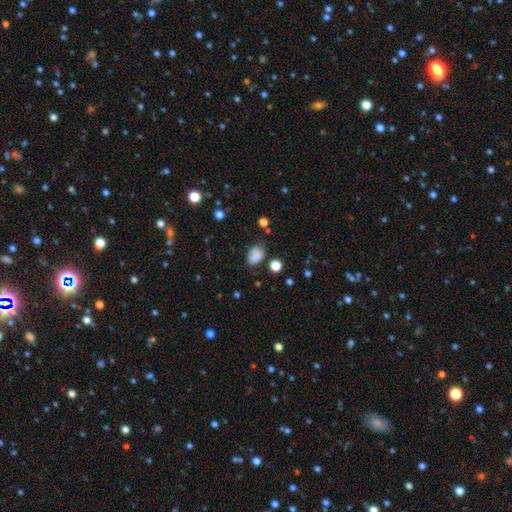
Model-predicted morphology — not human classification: smooth 80%, star or artifact 12%, featured or disk 8%. Down the decision tree: how rounded — in between (78%); merging — none (64%).